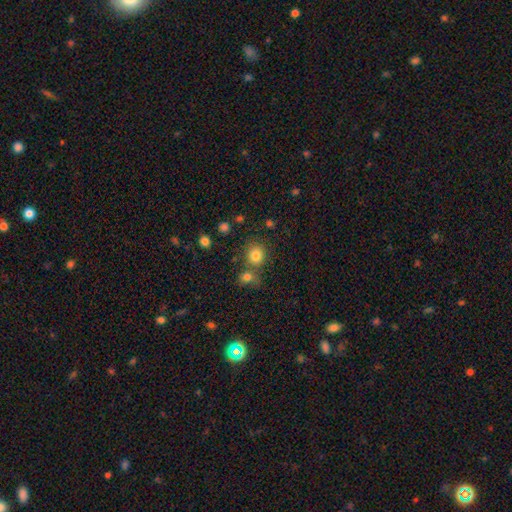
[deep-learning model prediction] Morphology: type=smooth (81%); roundness=round (82%); merging=none (65%).